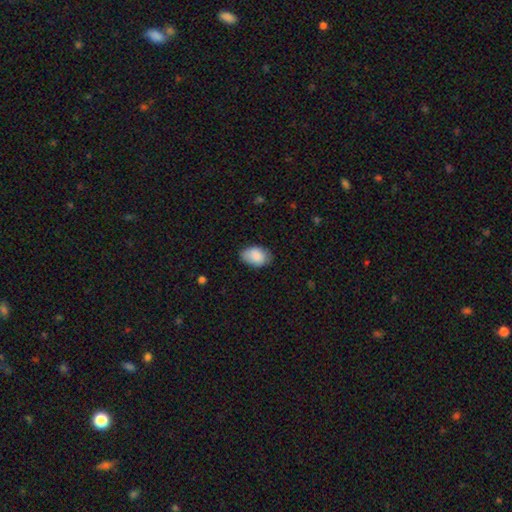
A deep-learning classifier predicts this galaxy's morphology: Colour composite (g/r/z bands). It shows a smooth galaxy with no disk features (87%) that is in between round and cigar-shaped (86%). Merging: none (72%).